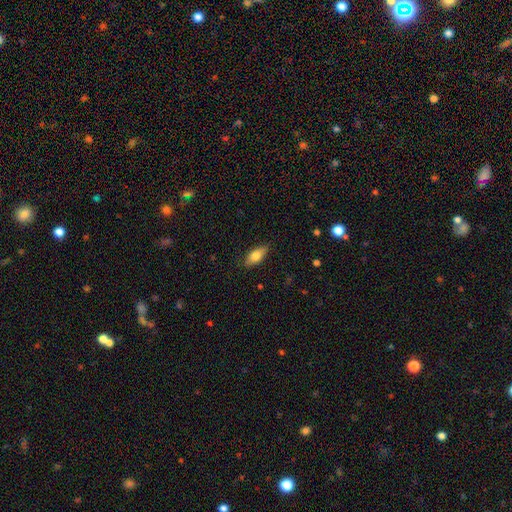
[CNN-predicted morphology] This is likely a smooth galaxy (75%). How rounded: likely in between (79%). Merging: clearly none (85%).